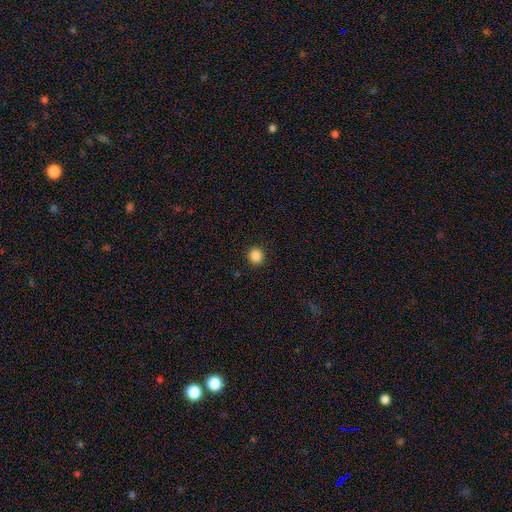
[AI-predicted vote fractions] The model was most divided on "smooth or featured": smooth: 86%, star or artifact: 11%, featured or disk: 3%. More confident: how rounded — round (93%); merging — none (93%).